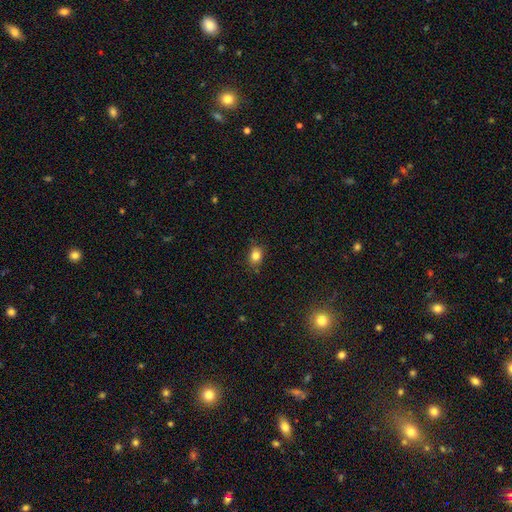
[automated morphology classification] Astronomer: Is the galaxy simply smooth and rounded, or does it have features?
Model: smooth — 82%.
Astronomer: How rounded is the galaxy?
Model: in between — 55% (runner-up: round, 44%).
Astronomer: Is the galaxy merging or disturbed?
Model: none — 81%.